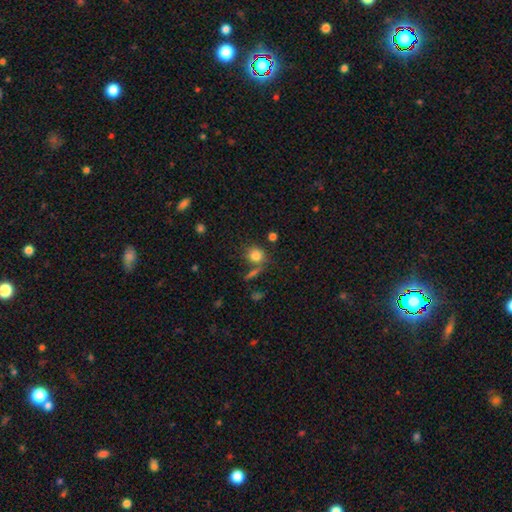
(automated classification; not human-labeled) The model was most divided on "merging": none: 67%, merger: 15%, minor disturbance: 13%, major disturbance: 5%. More confident: smooth or featured — smooth (81%); how rounded — round (80%).